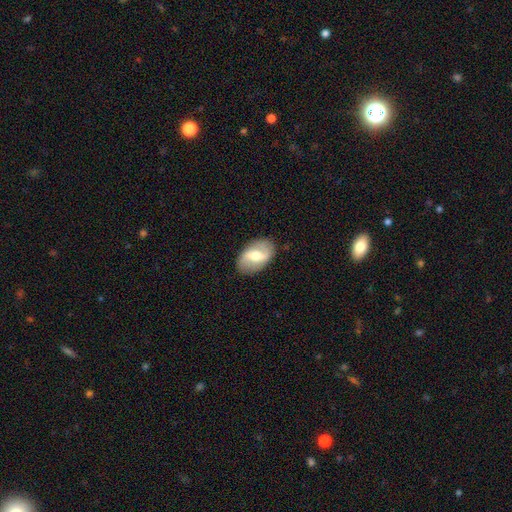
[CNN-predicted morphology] This is possibly a featured or disk galaxy (57%). It is clearly not viewed edge-on (93%). Bar: marginally strong (43%). Spiral arm pattern: possibly yes (58%). Central bulge: likely moderate (65%). Merging: clearly none (85%).